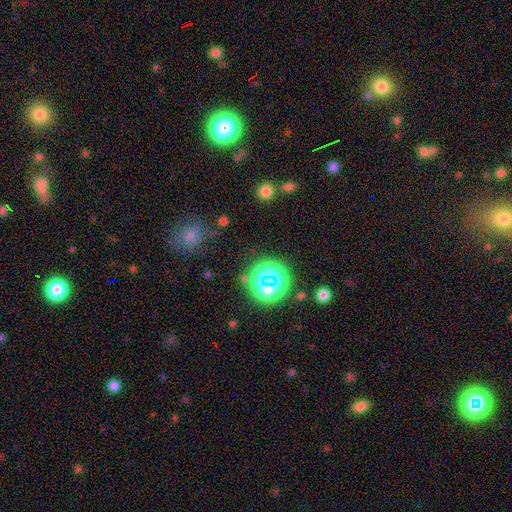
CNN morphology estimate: Q: Smooth or featured?
A: star or artifact (66%); runner-up: smooth (25%)